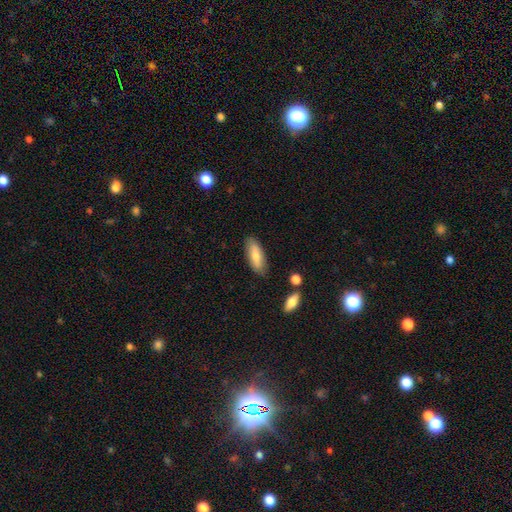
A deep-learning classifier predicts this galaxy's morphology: A smooth galaxy with no disk features (77%) that is in between round and cigar-shaped (63%). Merging: none (83%).